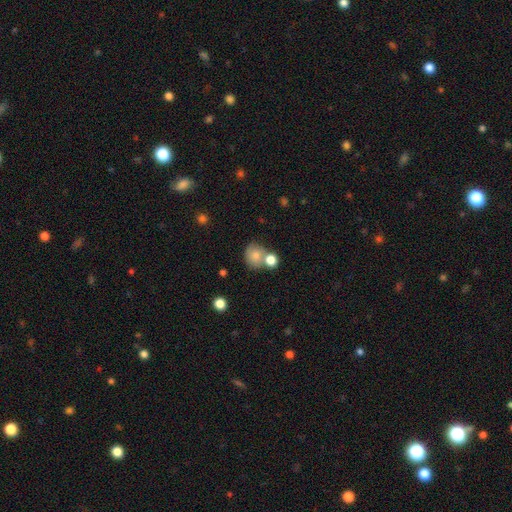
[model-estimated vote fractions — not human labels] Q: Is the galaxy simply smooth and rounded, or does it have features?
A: smooth — 78%.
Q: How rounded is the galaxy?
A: round — 72%.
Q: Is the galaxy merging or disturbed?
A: none — 48%.